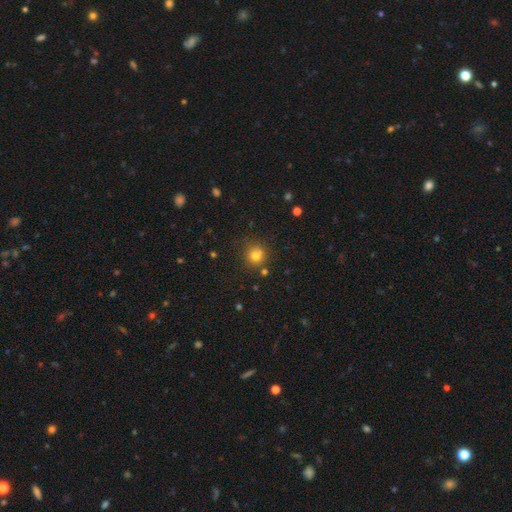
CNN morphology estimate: smooth-or-featured: smooth: 77% | star or artifact: 16% | featured or disk: 8%
  how-rounded: round: 91% | in between: 8% | cigar-shaped: 1%
  merging: none: 78% | minor disturbance: 11% | merger: 8% | major disturbance: 3%